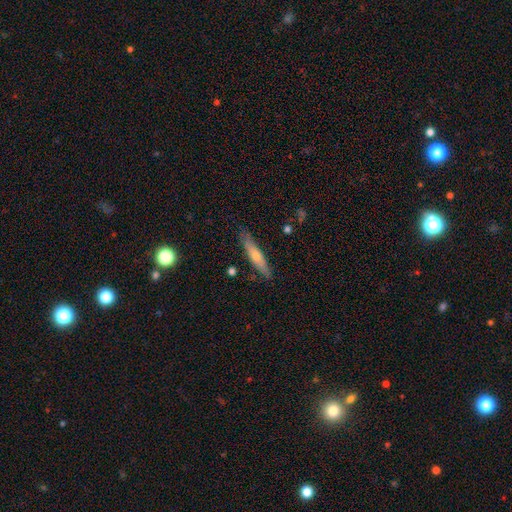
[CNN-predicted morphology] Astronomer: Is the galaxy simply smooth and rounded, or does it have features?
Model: smooth — 51% (runner-up: featured or disk, 43%).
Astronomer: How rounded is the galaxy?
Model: cigar-shaped — 86%.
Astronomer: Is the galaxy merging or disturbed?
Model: none — 85%.